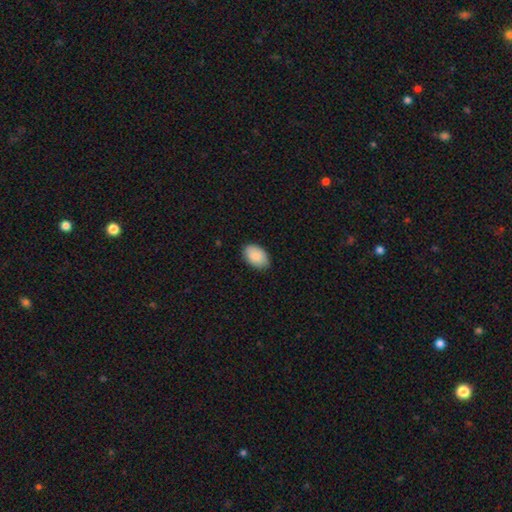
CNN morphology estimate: Smooth or featured?
  - smooth: 87% *
  - featured or disk: 7%
  - star or artifact: 6%
How rounded?
  - in between: 90% *
  - round: 9%
  - cigar-shaped: 1%
Merging?
  - none: 86% *
  - minor disturbance: 11%
  - major disturbance: 2%
  - merger: 1%